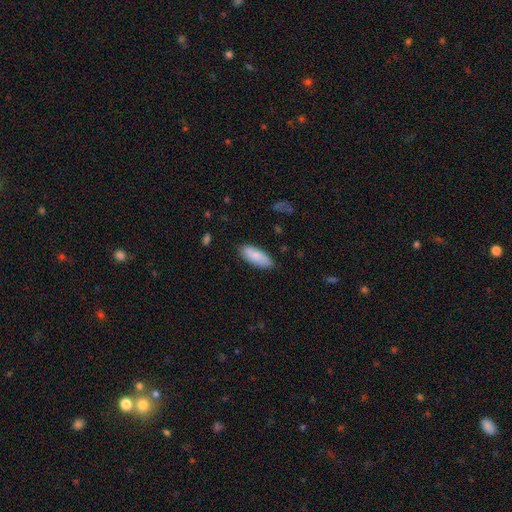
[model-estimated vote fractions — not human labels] smooth 83%, featured or disk 11%, star or artifact 6%. Down the decision tree: how rounded — in between (75%); merging — none (84%).